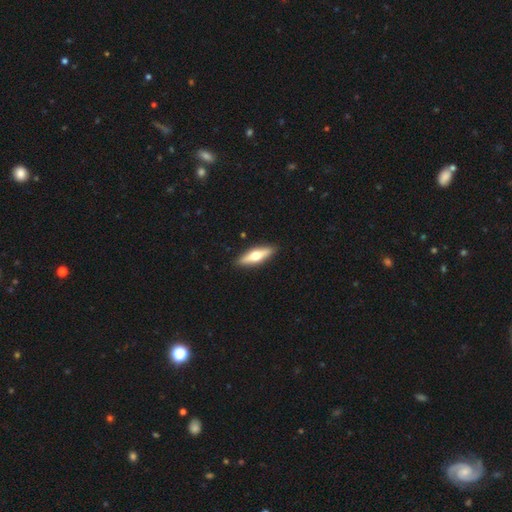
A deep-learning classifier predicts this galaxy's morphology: smooth-or-featured: featured or disk: 53% | smooth: 41% | star or artifact: 5%
  disk-edge-on: yes: 92% | no: 8%
  merging: none: 91% | minor disturbance: 6% | major disturbance: 1% | merger: 1%